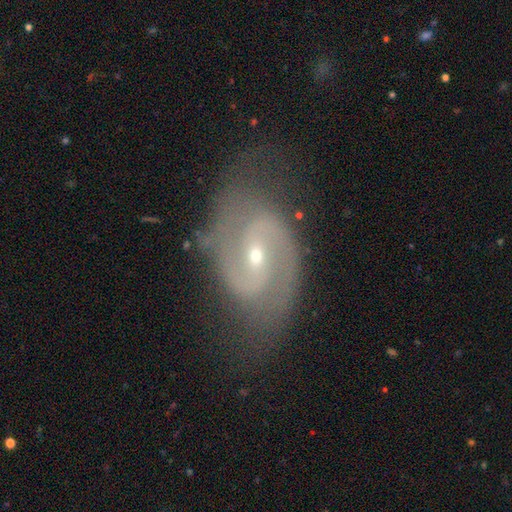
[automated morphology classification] A featured or disk galaxy (89%) with a weak bar (46%), 2 (90%) medium (55%) spiral arms (97%) and a small central bulge (66%).

Vote fractions:
- Smooth or featured? featured or disk: 89% / star or artifact: 6% / smooth: 5%
- Edge-on disk? no: 97% / yes: 3%
- Bar? weak: 46% / no: 32% / strong: 21%
- Spiral arms? yes: 97% / no: 3%
- Spiral winding? medium: 55% / tight: 28% / loose: 17%
- Spiral arm count? 2: 90% / can't tell: 4% / 3: 3% / 1: 1% / 4: 1% / more than 4: 1%
- Bulge size? small: 66% / moderate: 31% / large: 1% / none: 1% / dominant: 1%
- Merging? none: 72% / minor disturbance: 19% / major disturbance: 8% / merger: 2%